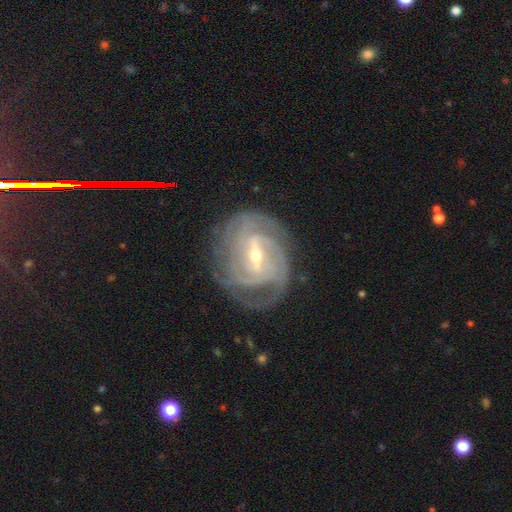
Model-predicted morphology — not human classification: Q: Smooth or featured?
A: featured or disk (90%); runner-up: star or artifact (5%)
Q: Edge-on disk?
A: no (96%); runner-up: yes (4%)
Q: Bar?
A: strong (47%); runner-up: weak (43%)
Q: Spiral arms?
A: yes (97%); runner-up: no (3%)
Q: Spiral winding?
A: tight (65%); runner-up: medium (29%)
Q: Spiral arm count?
A: 3 (25%); runner-up: can't tell (23%)
Q: Bulge size?
A: small (51%); runner-up: moderate (45%)
Q: Merging?
A: none (71%); runner-up: minor disturbance (18%)